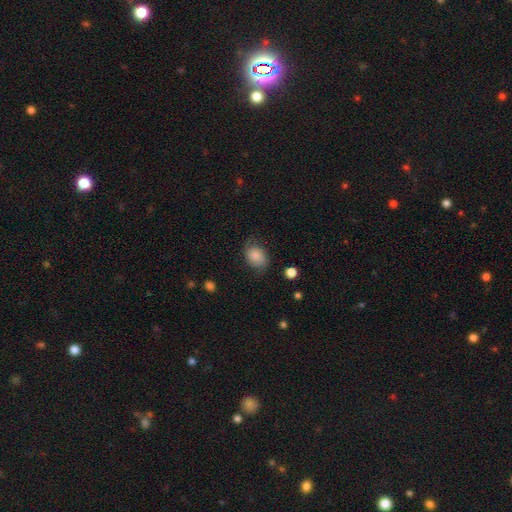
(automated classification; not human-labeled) This appears to be a smooth galaxy with no disk features (77%) that is in between round and cigar-shaped (69%). Merging: none (64%).